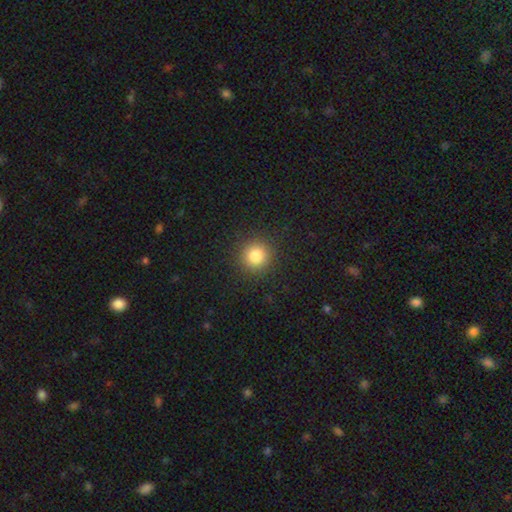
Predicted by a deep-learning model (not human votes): Smooth or featured? smooth (83%)
How rounded? round (94%)
Merging? none (91%)